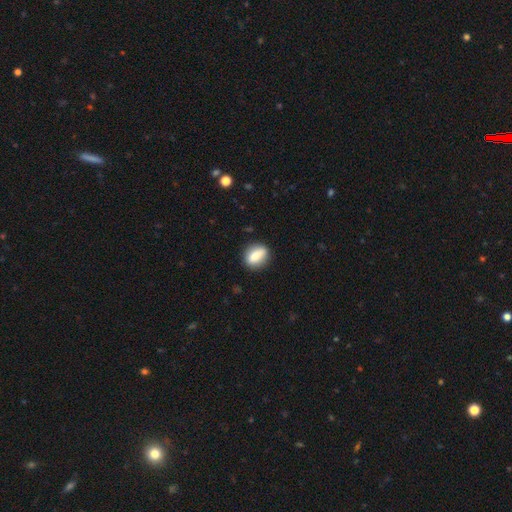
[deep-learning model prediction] Smooth or featured? smooth (76%)
How rounded? in between (61%)
Merging? none (84%)